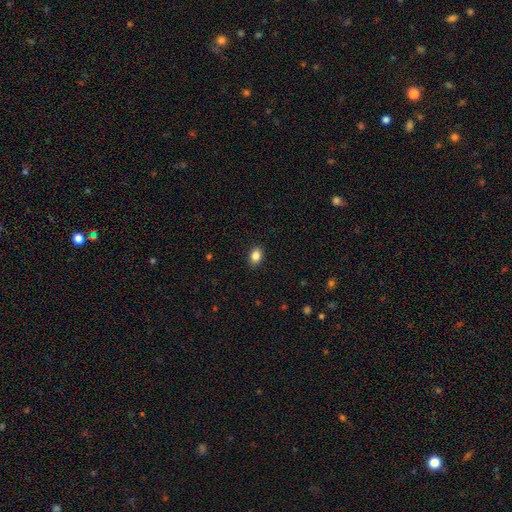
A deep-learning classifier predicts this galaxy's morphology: This appears to be a smooth galaxy with no disk features (85%) that is in between round and cigar-shaped (74%). Merging: none (89%).